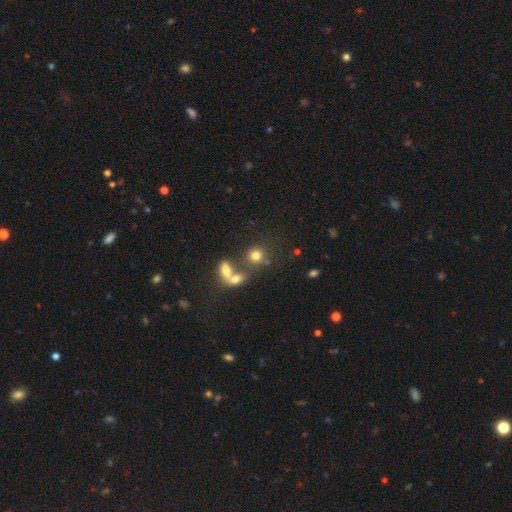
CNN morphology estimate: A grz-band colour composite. It shows a smooth galaxy with no disk features (76%) that is round (79%). Merging: none (53%).